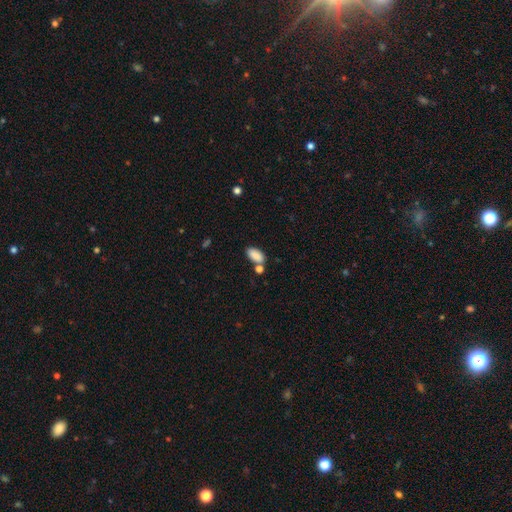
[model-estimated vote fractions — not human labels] This is clearly a smooth galaxy (87%). How rounded: clearly in between (92%). Merging: likely none (62%).